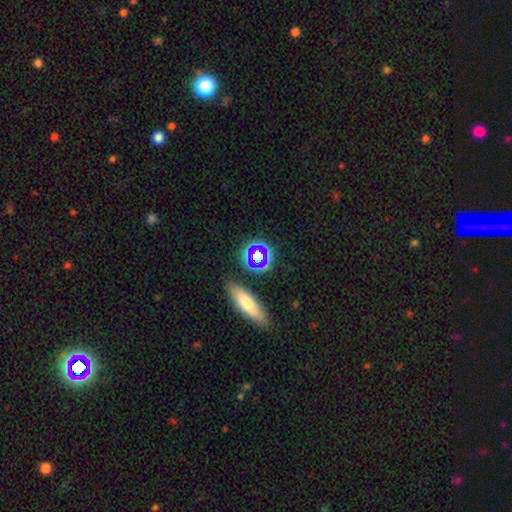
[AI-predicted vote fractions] The model was most divided on "smooth or featured": smooth: 44%, star or artifact: 38%, featured or disk: 18%. More confident: merging — none (82%).